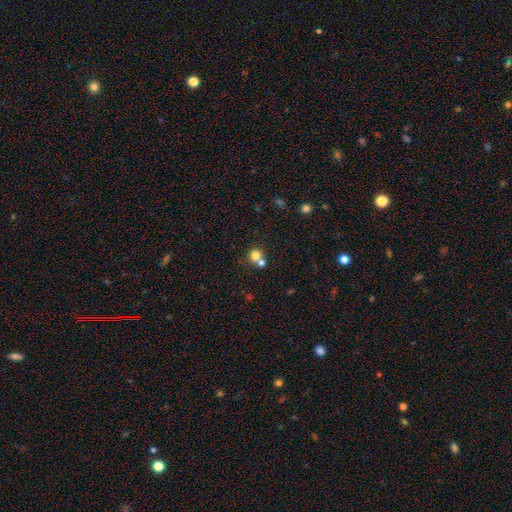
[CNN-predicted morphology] Overall: smooth (76%). How rounded: round (89%). Merging: none (53%; merger 38%).